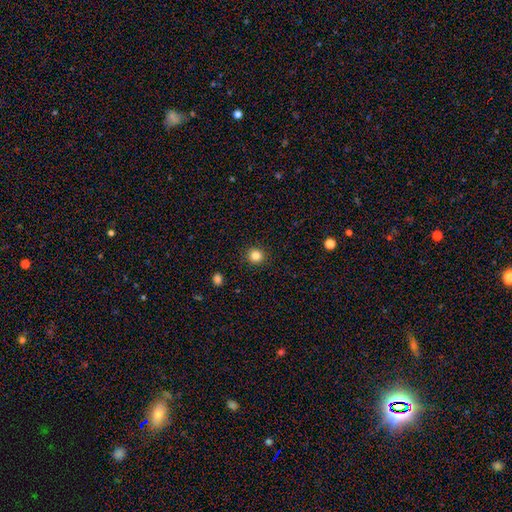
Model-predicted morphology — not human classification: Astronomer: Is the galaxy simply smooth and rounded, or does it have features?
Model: smooth — 84%.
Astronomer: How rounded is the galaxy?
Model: round — 93%.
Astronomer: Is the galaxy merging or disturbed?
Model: none — 92%.